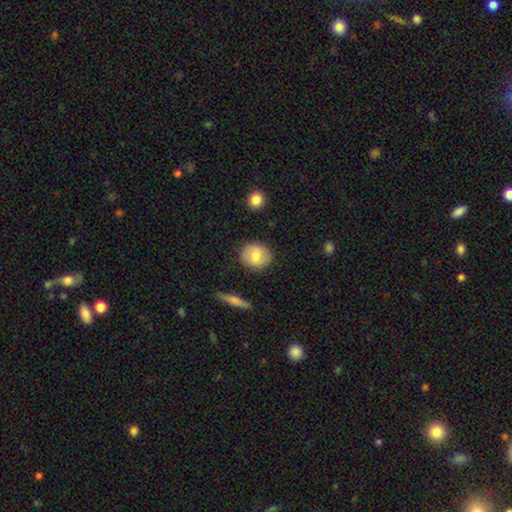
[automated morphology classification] This is likely a smooth galaxy (76%). How rounded: likely round (67%). Merging: clearly none (86%).